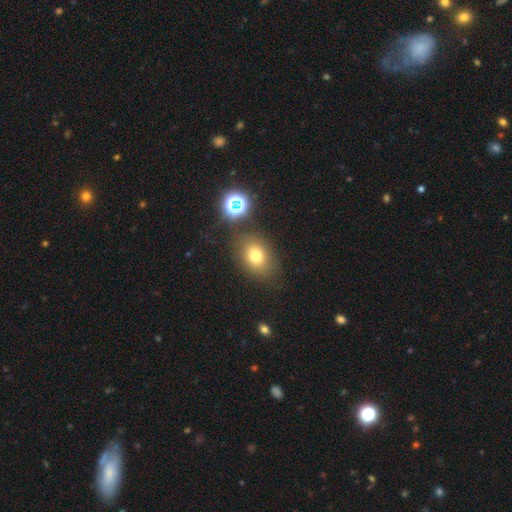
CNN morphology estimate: smooth_or_featured: smooth (p=0.72) [alt: star or artifact p=0.17]
how_rounded: in between (p=0.53) [alt: round p=0.46]
merging: none (p=0.78) [alt: minor disturbance p=0.12]